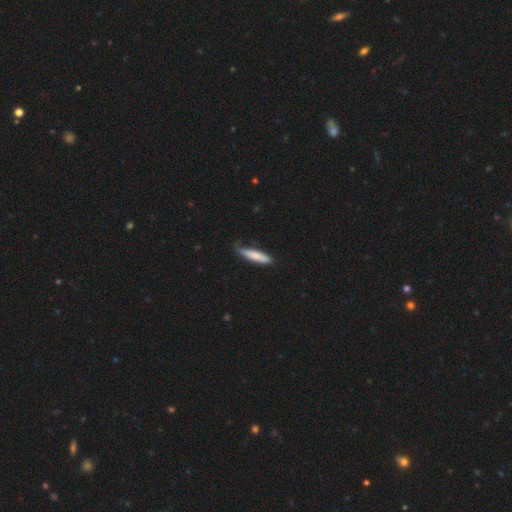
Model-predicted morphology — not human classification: Smooth or featured: smooth — 78% (featured or disk — 17%)
How rounded: cigar-shaped — 85% (in between — 14%)
Merging: none — 65% (minor disturbance — 28%)